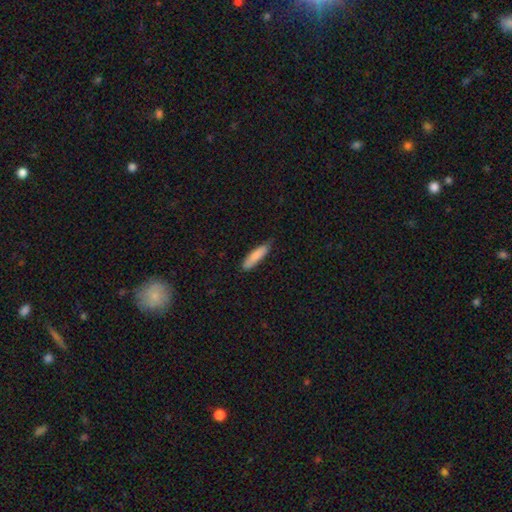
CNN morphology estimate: This appears to be a smooth galaxy with no disk features (84%) that is cigar-shaped (71%). Merging: none (74%).